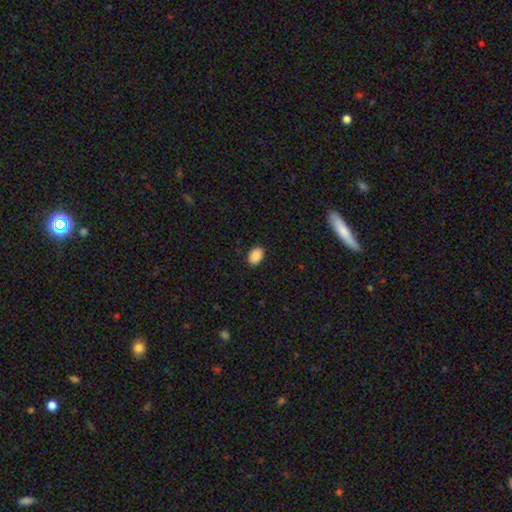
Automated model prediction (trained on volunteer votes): This appears to be a smooth galaxy with no disk features (90%) that is in between round and cigar-shaped (85%). Merging: none (88%).